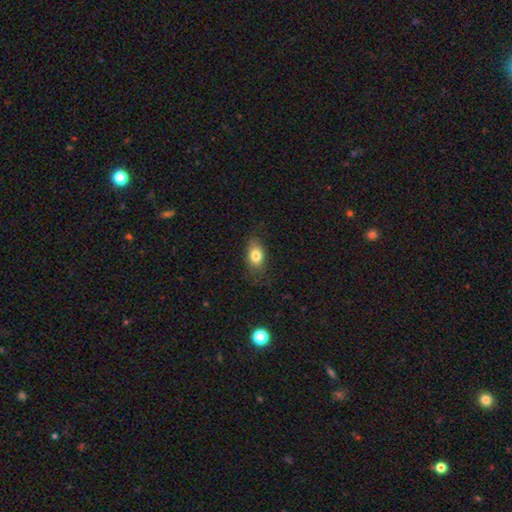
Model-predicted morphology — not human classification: Smooth or featured: smooth — 80% (featured or disk — 11%)
How rounded: in between — 80% (round — 17%)
Merging: none — 75% (minor disturbance — 19%)